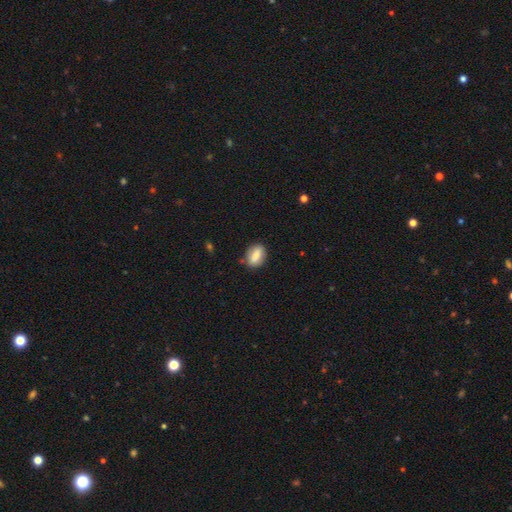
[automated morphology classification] Smooth or featured?
  - smooth: 73% *
  - featured or disk: 19%
  - star or artifact: 8%
How rounded?
  - in between: 75% *
  - round: 22%
  - cigar-shaped: 3%
Merging?
  - none: 81% *
  - minor disturbance: 14%
  - major disturbance: 3%
  - merger: 2%